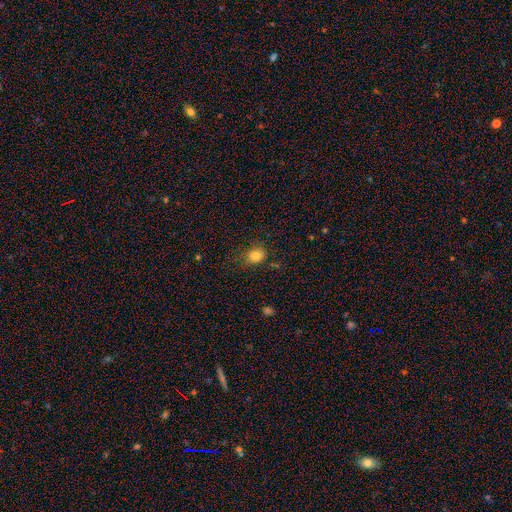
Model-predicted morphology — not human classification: Smooth or featured? smooth (81%)
How rounded? round (62%)
Merging? none (71%)